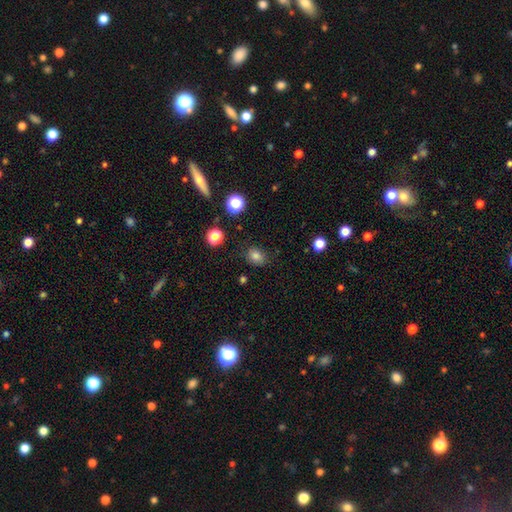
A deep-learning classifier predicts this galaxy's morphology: smooth_or_featured: smooth (p=0.81) [alt: star or artifact p=0.14]
how_rounded: in between (p=0.50) [alt: round p=0.49]
merging: none (p=0.82) [alt: minor disturbance p=0.12]